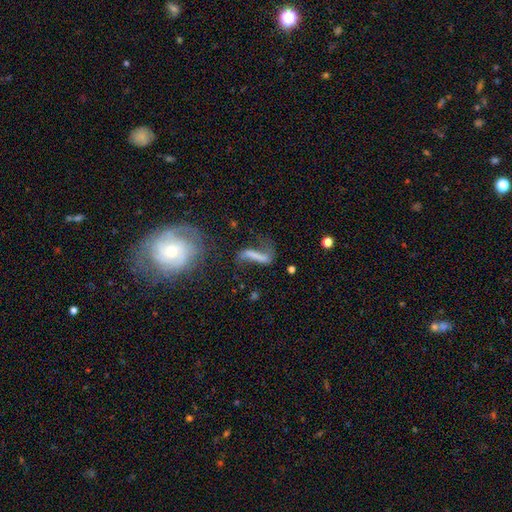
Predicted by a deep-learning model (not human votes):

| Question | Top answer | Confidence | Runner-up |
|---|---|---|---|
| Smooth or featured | smooth | 44% | featured or disk (43%) |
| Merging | none | 37% | major disturbance (33%) |